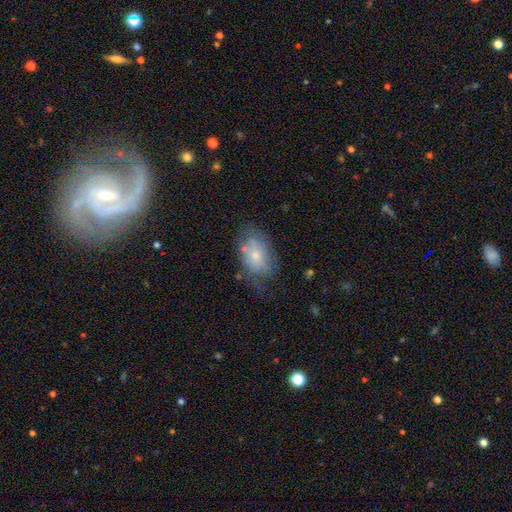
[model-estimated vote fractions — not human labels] This appears to be a smooth galaxy with no disk features (67%) that is in between round and cigar-shaped (86%). Merging: none (52%).